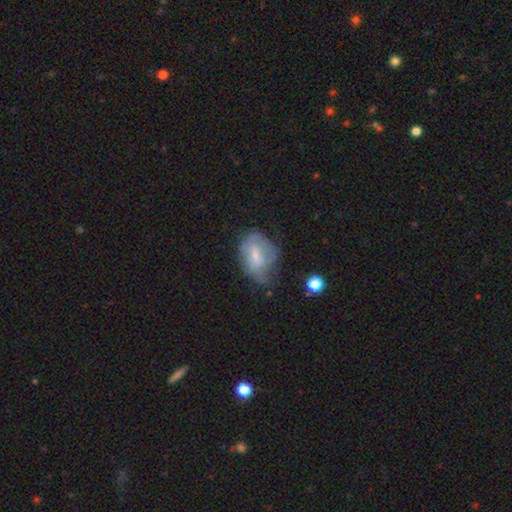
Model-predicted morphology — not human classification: Smooth or featured? smooth (48%)
Merging? minor disturbance (37%)